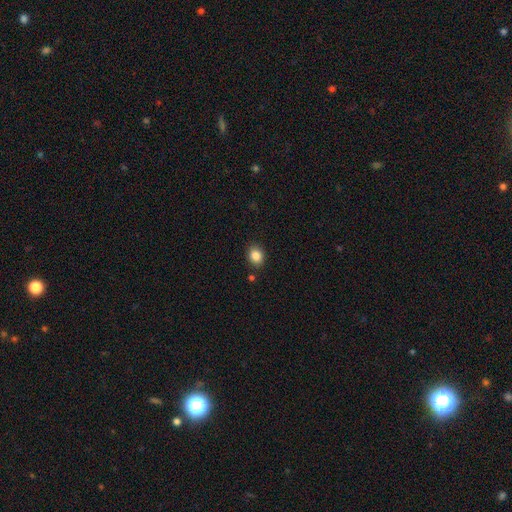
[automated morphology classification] A smooth galaxy with no disk features (85%) that is round (54%). Merging: none (86%).